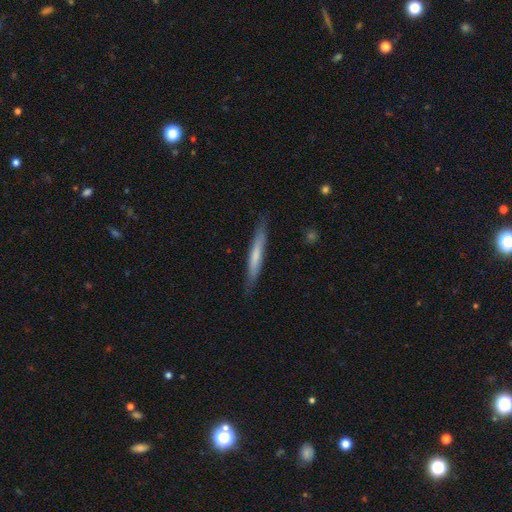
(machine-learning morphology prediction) This is possibly a smooth galaxy (57%). How rounded: clearly cigar-shaped (95%). Merging: clearly none (85%).